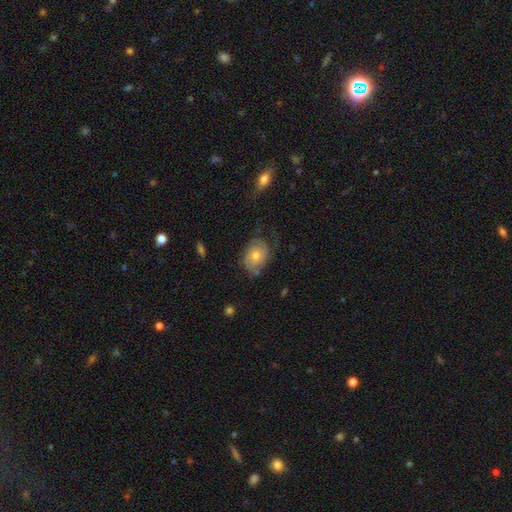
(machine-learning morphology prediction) smooth-or-featured: featured or disk: 57% | smooth: 35% | star or artifact: 8%
  disk-edge-on: no: 96% | yes: 4%
    bar: no: 81% | weak: 16% | strong: 3%
    has-spiral-arms: yes: 79% | no: 21%
    bulge-size: moderate: 65% | small: 29% | large: 4% | none: 1% | dominant: 1%
  merging: none: 57% | minor disturbance: 26% | major disturbance: 15% | merger: 2%